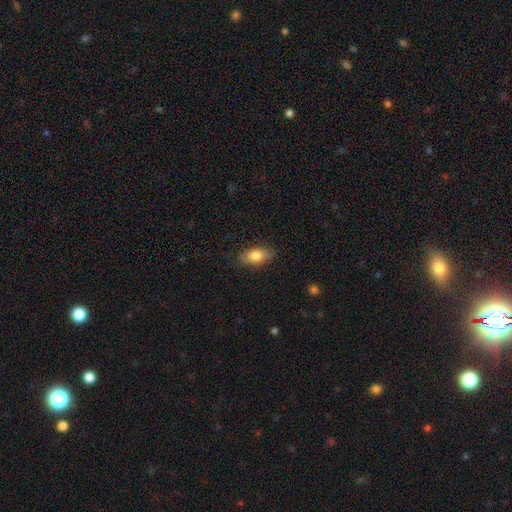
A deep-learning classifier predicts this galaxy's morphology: A smooth galaxy with no disk features (79%) that is in between round and cigar-shaped (84%).

Vote fractions:
- Smooth or featured? smooth: 79% / featured or disk: 14% / star or artifact: 7%
- How rounded? in between: 84% / cigar-shaped: 11% / round: 4%
- Merging? none: 85% / minor disturbance: 12% / major disturbance: 2% / merger: 1%